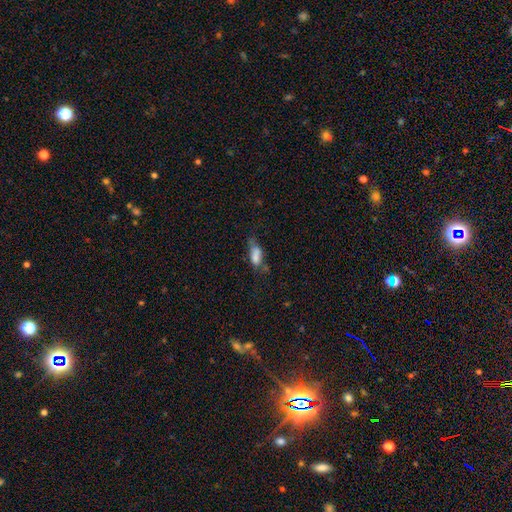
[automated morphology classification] Smooth or featured: smooth — 70% (featured or disk — 19%)
How rounded: in between — 74% (cigar-shaped — 23%)
Merging: none — 32% (minor disturbance — 30%)